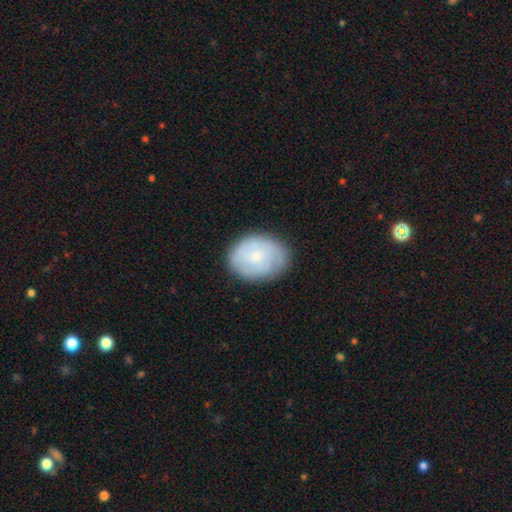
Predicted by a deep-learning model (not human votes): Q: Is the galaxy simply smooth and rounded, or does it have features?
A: smooth — 54%.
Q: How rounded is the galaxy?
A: in between — 66%.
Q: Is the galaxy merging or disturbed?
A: none — 78%.